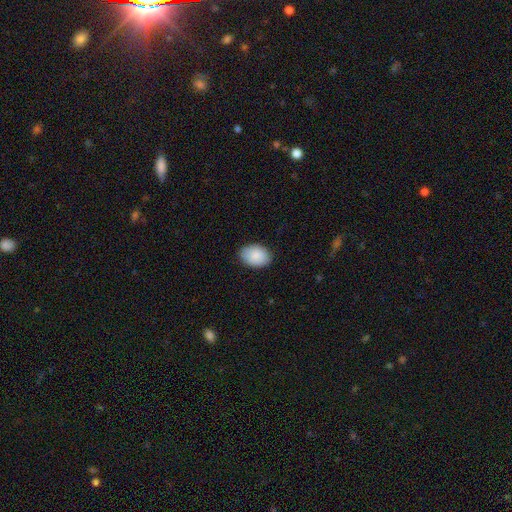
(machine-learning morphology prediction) Smooth or featured?
  - smooth: 88% *
  - star or artifact: 6%
  - featured or disk: 5%
How rounded?
  - in between: 83% *
  - round: 16%
  - cigar-shaped: 1%
Merging?
  - none: 87% *
  - minor disturbance: 10%
  - major disturbance: 2%
  - merger: 1%